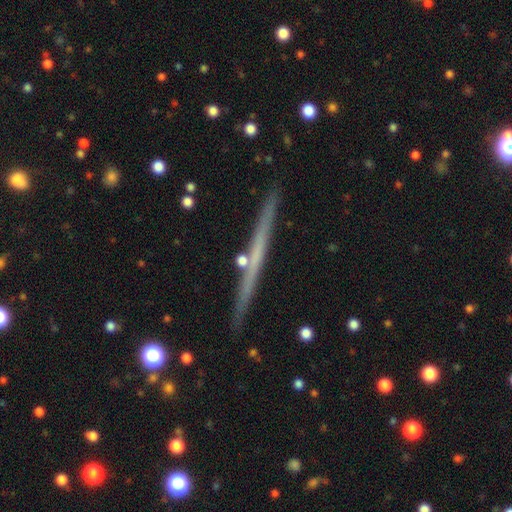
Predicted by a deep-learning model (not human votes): This is likely a featured or disk galaxy (63%). It is clearly viewed edge-on (98%). Edge-on bulge: likely none (78%). Merging: clearly none (89%).